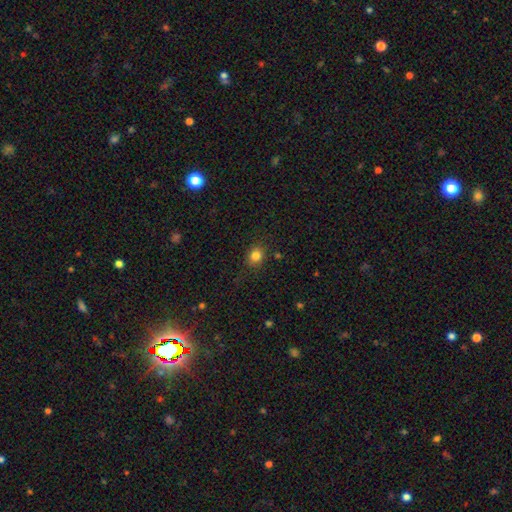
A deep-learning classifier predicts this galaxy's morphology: Smooth or featured: smooth — 83% (star or artifact — 12%)
How rounded: round — 64% (in between — 35%)
Merging: none — 85% (minor disturbance — 11%)